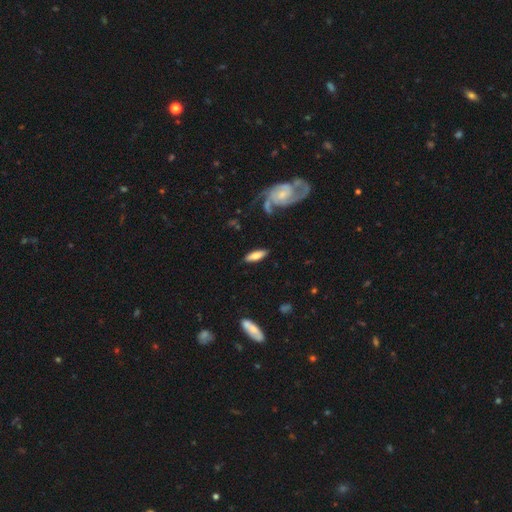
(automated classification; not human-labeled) smooth 62%, featured or disk 32%, star or artifact 7%. Down the decision tree: how rounded — in between (55%); merging — none (82%).